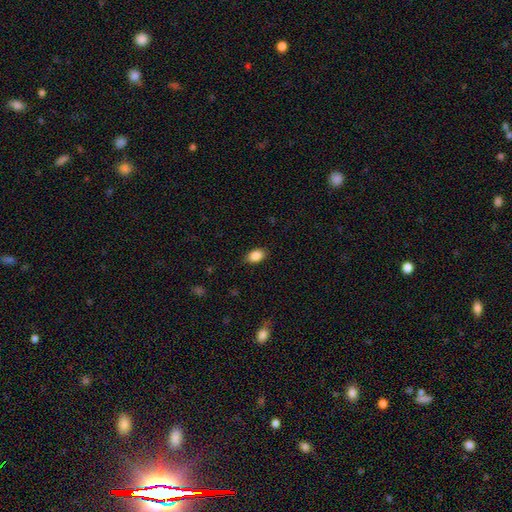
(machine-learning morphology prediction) Smooth or featured? smooth (88%)
How rounded? in between (87%)
Merging? none (85%)